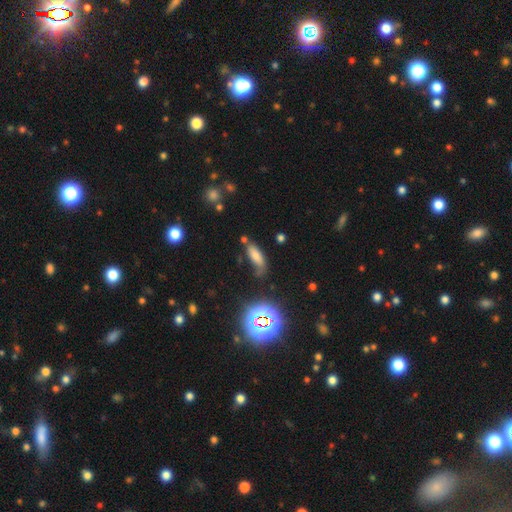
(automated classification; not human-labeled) This is likely a smooth galaxy (67%). How rounded: likely in between (65%). Merging: possibly none (52%).